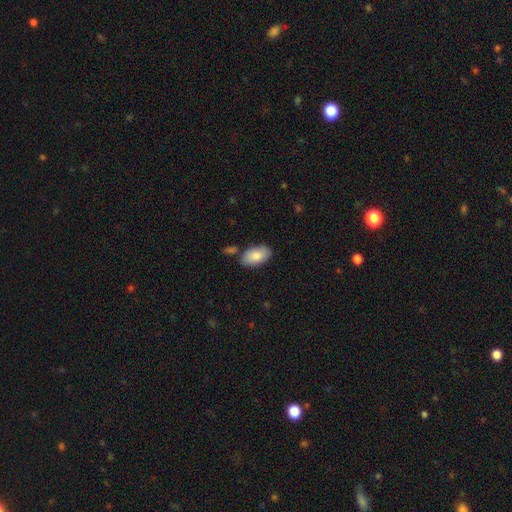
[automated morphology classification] Smooth or featured? Predicted: smooth (p=0.84). How rounded? Predicted: in between (p=0.94). Merging? Predicted: none (p=0.78).